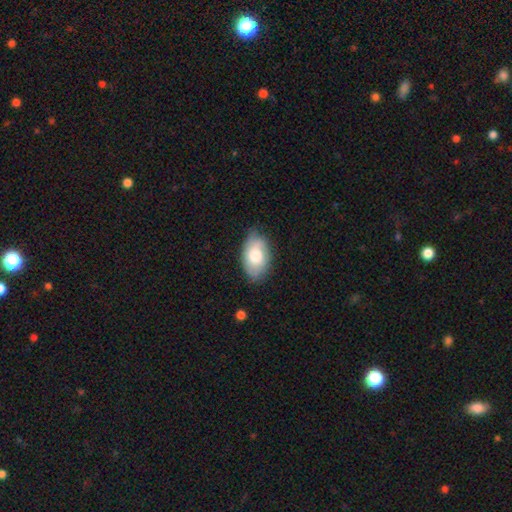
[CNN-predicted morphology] A smooth galaxy with no disk features (66%) that is in between round and cigar-shaped (92%).

Vote fractions:
- Smooth or featured? smooth: 66% / featured or disk: 28% / star or artifact: 7%
- How rounded? in between: 92% / round: 7% / cigar-shaped: 2%
- Merging? none: 70% / minor disturbance: 24% / major disturbance: 5% / merger: 1%